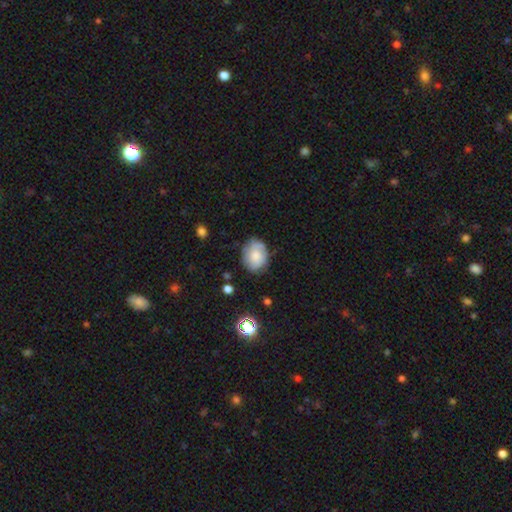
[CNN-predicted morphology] A smooth galaxy with no disk features (63%) that is in between round and cigar-shaped (56%). Merging: none (71%).